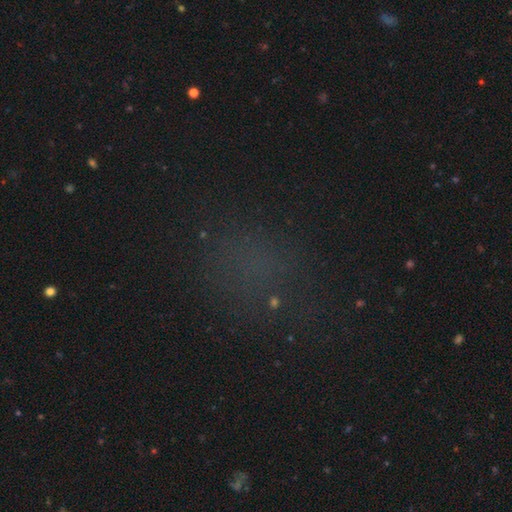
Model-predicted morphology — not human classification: Overall: star or artifact (50%; smooth 37%).